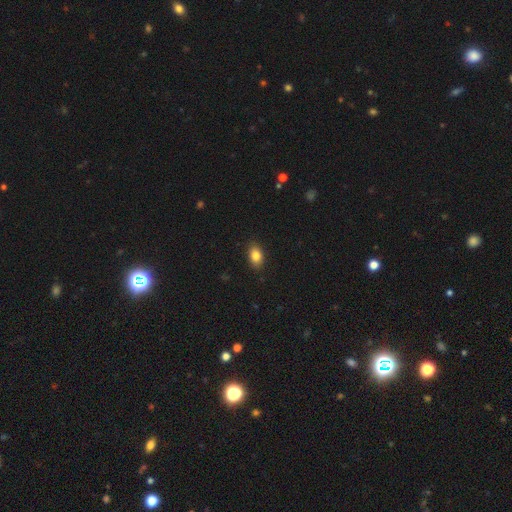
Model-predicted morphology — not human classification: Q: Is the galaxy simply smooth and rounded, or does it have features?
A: smooth — 84%.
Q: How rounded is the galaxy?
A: in between — 86%.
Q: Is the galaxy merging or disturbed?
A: none — 89%.